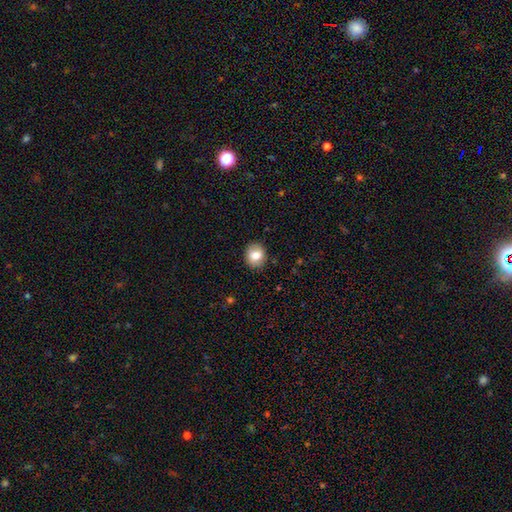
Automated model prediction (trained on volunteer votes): Q: Smooth or featured?
A: smooth (77%); runner-up: featured or disk (14%)
Q: How rounded?
A: round (62%); runner-up: in between (37%)
Q: Merging?
A: none (87%); runner-up: minor disturbance (10%)